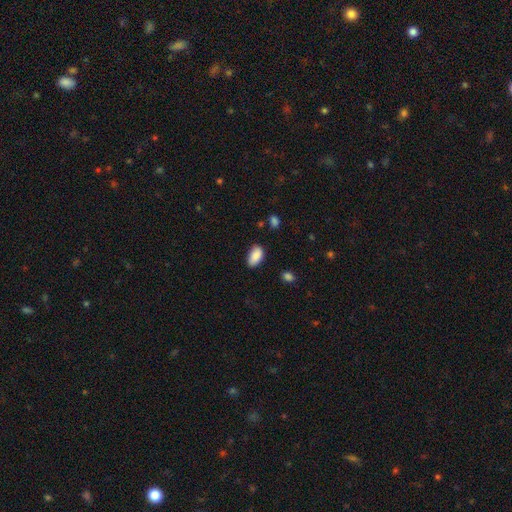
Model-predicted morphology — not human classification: A smooth galaxy with no disk features (89%) that is in between round and cigar-shaped (94%).

Vote fractions:
- Smooth or featured? smooth: 89% / star or artifact: 7% / featured or disk: 4%
- How rounded? in between: 94% / round: 5% / cigar-shaped: 2%
- Merging? none: 77% / minor disturbance: 18% / major disturbance: 3% / merger: 2%